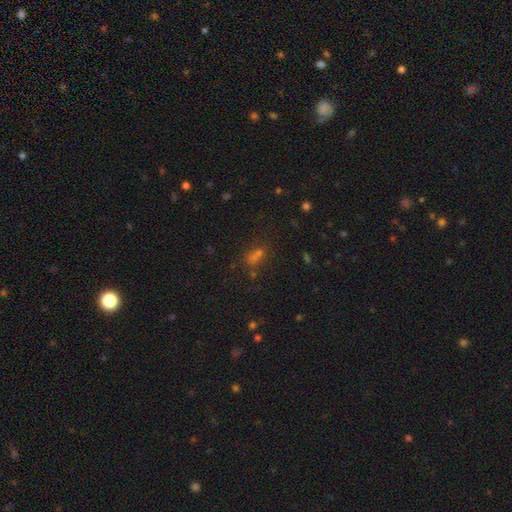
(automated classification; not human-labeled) Smooth or featured? Predicted: smooth (p=0.57). How rounded? Predicted: in between (p=0.64). Merging? Predicted: none (p=0.64).